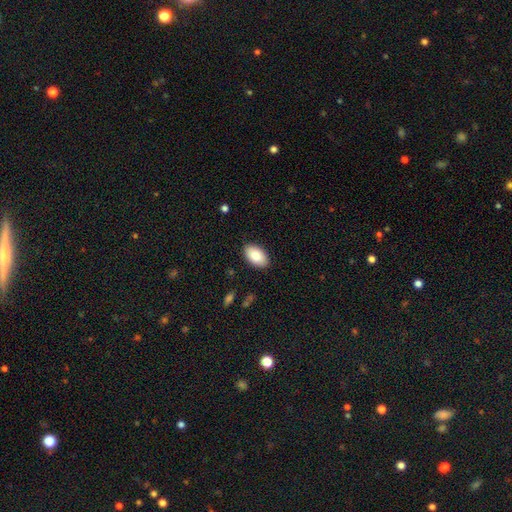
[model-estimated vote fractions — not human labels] Smooth or featured? smooth (84%)
How rounded? in between (94%)
Merging? none (88%)